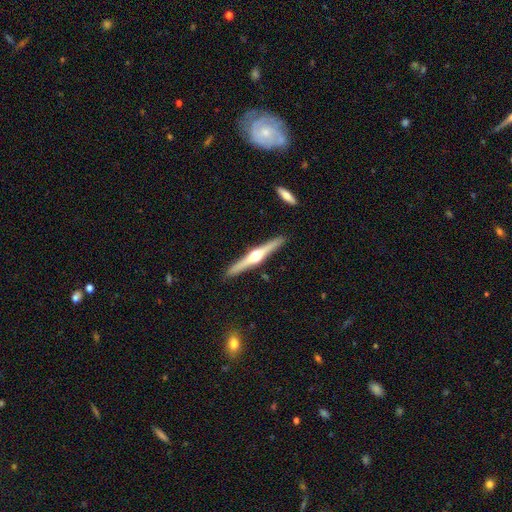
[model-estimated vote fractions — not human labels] Q: Smooth or featured?
A: featured or disk (77%); runner-up: smooth (19%)
Q: Edge-on disk?
A: yes (98%); runner-up: no (2%)
Q: Edge-on bulge?
A: rounded (95%); runner-up: boxy (3%)
Q: Merging?
A: none (91%); runner-up: minor disturbance (7%)